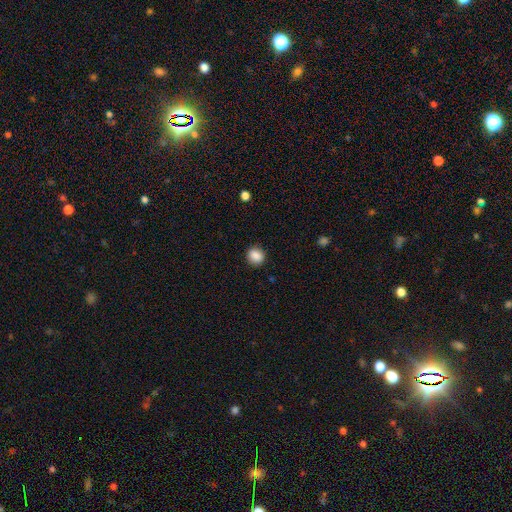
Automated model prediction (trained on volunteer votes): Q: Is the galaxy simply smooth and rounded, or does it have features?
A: smooth — 88%.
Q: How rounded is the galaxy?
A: round — 74%.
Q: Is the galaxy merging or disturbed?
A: none — 88%.